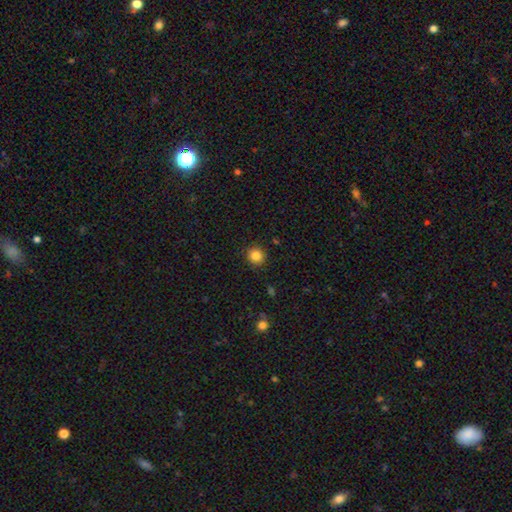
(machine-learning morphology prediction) This is clearly a smooth galaxy (84%). How rounded: clearly round (92%). Merging: clearly none (91%).